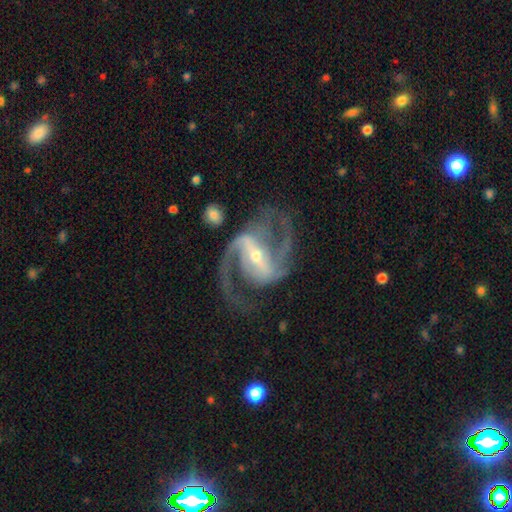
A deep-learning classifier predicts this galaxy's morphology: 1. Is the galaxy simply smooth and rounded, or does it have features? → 93% featured or disk, 5% star or artifact, 3% smooth.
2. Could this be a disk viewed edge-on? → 97% no, 3% yes.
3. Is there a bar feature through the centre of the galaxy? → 66% strong, 27% weak, 8% no.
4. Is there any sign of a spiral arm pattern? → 98% yes, 2% no.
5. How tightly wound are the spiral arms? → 58% medium, 29% loose, 12% tight.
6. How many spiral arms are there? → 86% 2, 6% 3, 3% can't tell, 2% 1, 2% 4, 2% more than 4.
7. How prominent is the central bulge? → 57% small, 39% moderate, 2% large, 1% none, 1% dominant.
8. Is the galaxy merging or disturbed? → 70% none, 14% minor disturbance, 14% major disturbance, 3% merger.